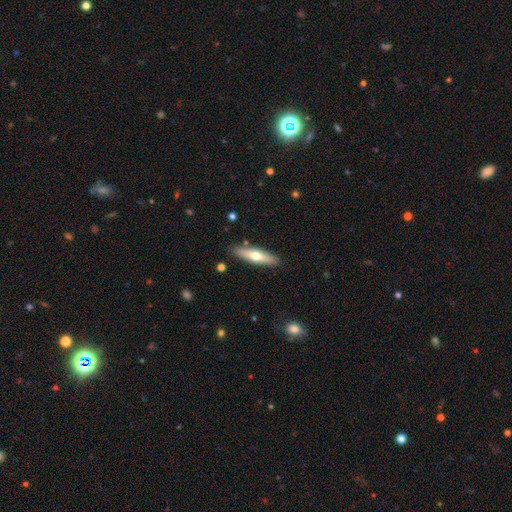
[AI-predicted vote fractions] Q: Smooth or featured?
A: smooth (54%); runner-up: featured or disk (41%)
Q: How rounded?
A: cigar-shaped (71%); runner-up: in between (27%)
Q: Merging?
A: none (88%); runner-up: minor disturbance (8%)